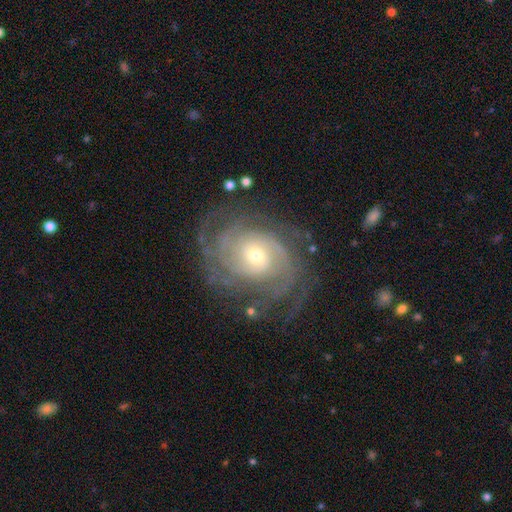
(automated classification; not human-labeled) This is clearly a featured or disk galaxy (89%). It is clearly not viewed edge-on (97%). Bar: likely no (72%). Spiral arm pattern: clearly yes (97%). Spiral arm count: marginally can't tell (25%). Spiral winding: likely tight (72%). Central bulge: possibly small (55%). Merging: likely none (75%).